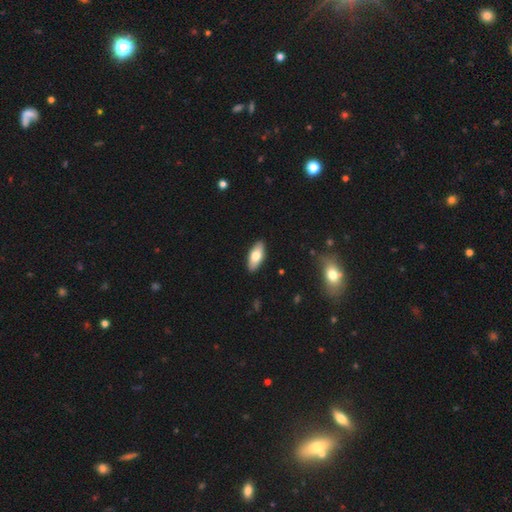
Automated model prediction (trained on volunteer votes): Smooth or featured? smooth (72%)
How rounded? in between (86%)
Merging? none (89%)